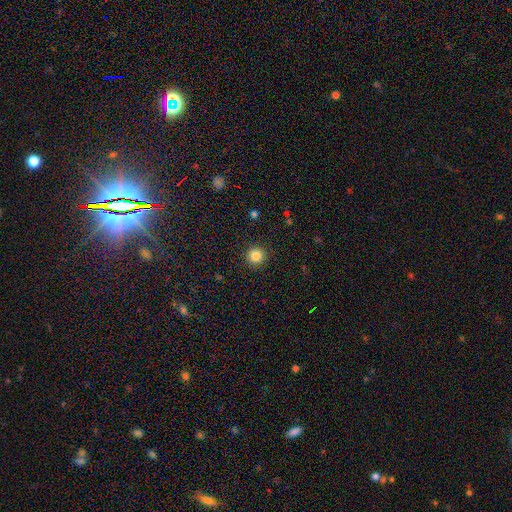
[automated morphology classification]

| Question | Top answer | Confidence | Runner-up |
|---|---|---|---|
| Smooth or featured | smooth | 84% | star or artifact (11%) |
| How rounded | round | 95% | in between (4%) |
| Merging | none | 92% | minor disturbance (5%) |